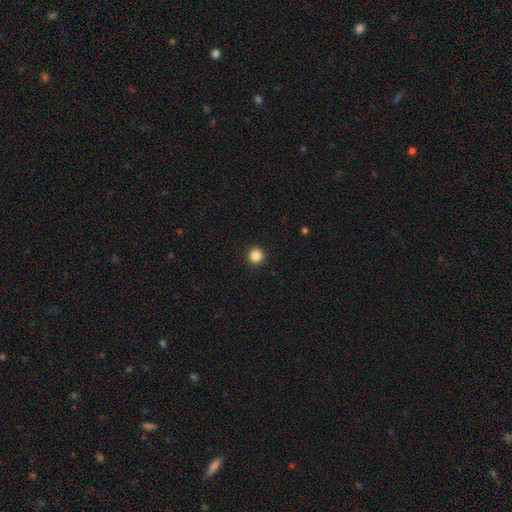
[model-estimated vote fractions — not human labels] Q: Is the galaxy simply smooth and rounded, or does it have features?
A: smooth — 85%.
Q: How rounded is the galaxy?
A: round — 96%.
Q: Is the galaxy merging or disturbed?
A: none — 94%.